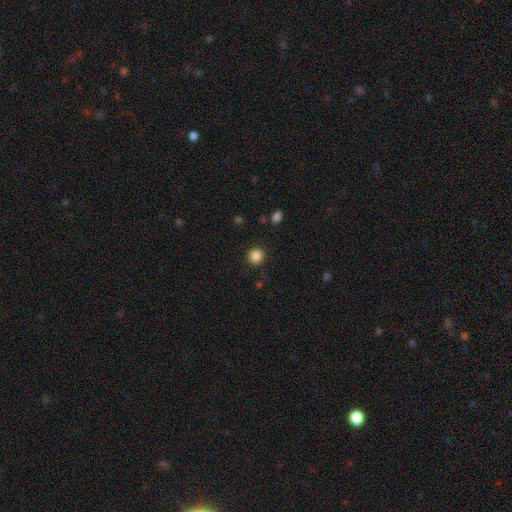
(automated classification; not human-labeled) A smooth galaxy with no disk features (86%) that is round (93%). Merging: none (91%).